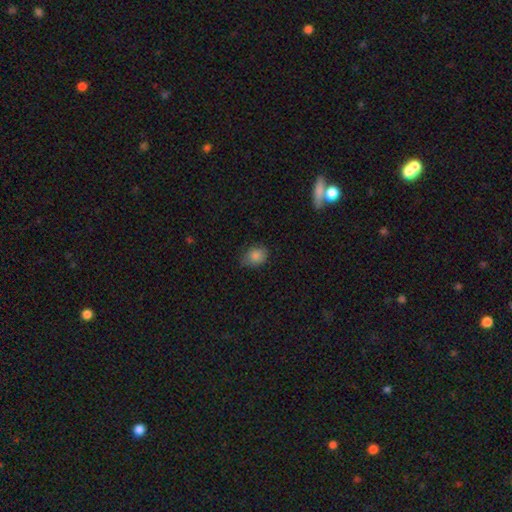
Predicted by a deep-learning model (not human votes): Morphology: type=smooth (83%); roundness=in between (66%); merging=none (66%).